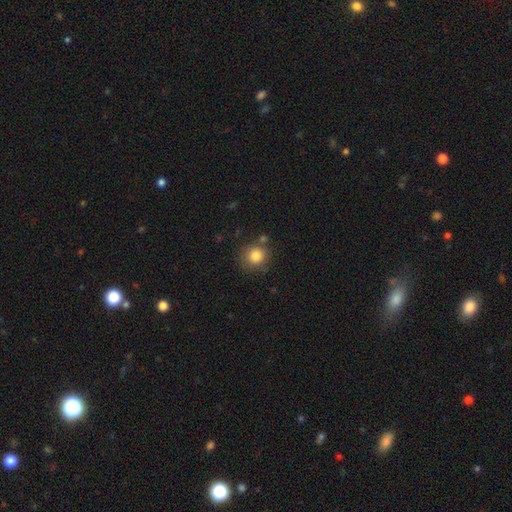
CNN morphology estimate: Smooth or featured? Predicted: smooth (p=0.83). How rounded? Predicted: round (p=0.90). Merging? Predicted: none (p=0.77).